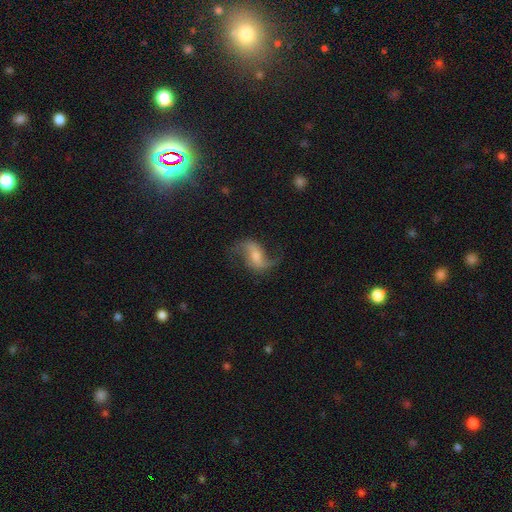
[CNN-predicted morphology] smooth-or-featured: featured or disk: 82% | smooth: 10% | star or artifact: 7%
  disk-edge-on: no: 96% | yes: 4%
    bar: weak: 43% | no: 29% | strong: 28%
    has-spiral-arms: yes: 95% | no: 5%
      spiral-winding: loose: 79% | medium: 17% | tight: 4%
      spiral-arm-count: 2: 90% | 1: 4% | can't tell: 2% | 3: 1% | 4: 1% | more than 4: 1%
    bulge-size: moderate: 43% | small: 41% | none: 8% | large: 6% | dominant: 2%
  merging: none: 72% | minor disturbance: 15% | major disturbance: 11% | merger: 2%